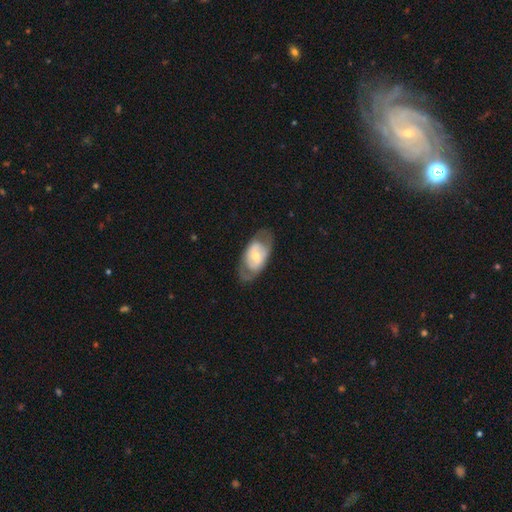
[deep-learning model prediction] The model was most divided on "bulge size": moderate: 52%, small: 40%, large: 6%, none: 1%, dominant: 1%. More confident: edge-on disk — no (91%); merging — none (71%); spiral arms — no (60%); smooth or featured — featured or disk (59%); bar — no (57%).